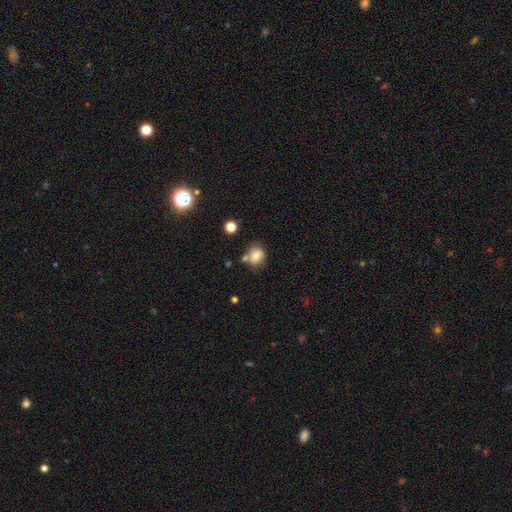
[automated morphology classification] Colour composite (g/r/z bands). It shows a smooth galaxy with no disk features (76%) that is round (73%). Merging: none (61%).